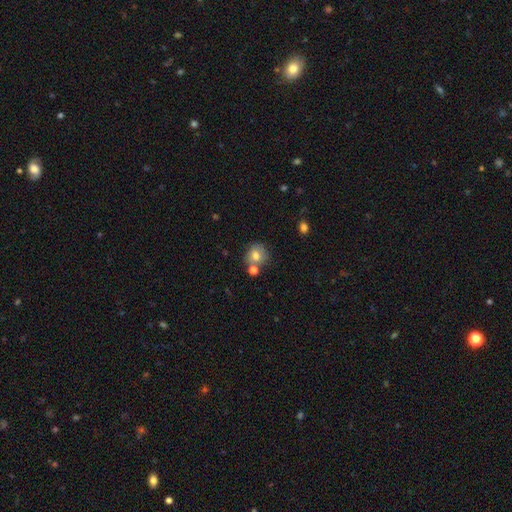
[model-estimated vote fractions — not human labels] smooth 75%, featured or disk 14%, star or artifact 11%. Down the decision tree: how rounded — round (81%); merging — none (63%).